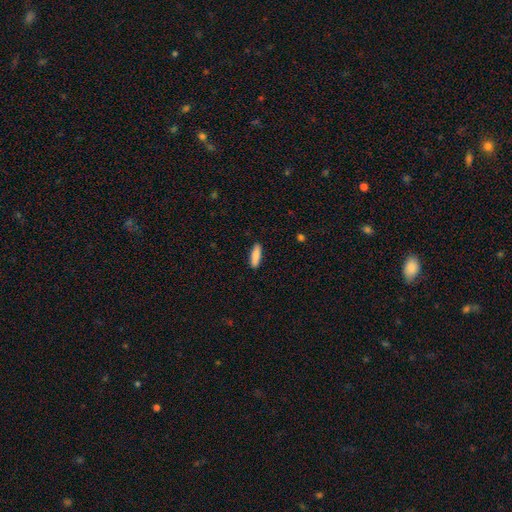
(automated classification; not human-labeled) Smooth or featured?
  - smooth: 88% *
  - featured or disk: 6%
  - star or artifact: 6%
How rounded?
  - cigar-shaped: 57% *
  - in between: 41%
  - round: 2%
Merging?
  - none: 89% *
  - minor disturbance: 8%
  - major disturbance: 2%
  - merger: 1%